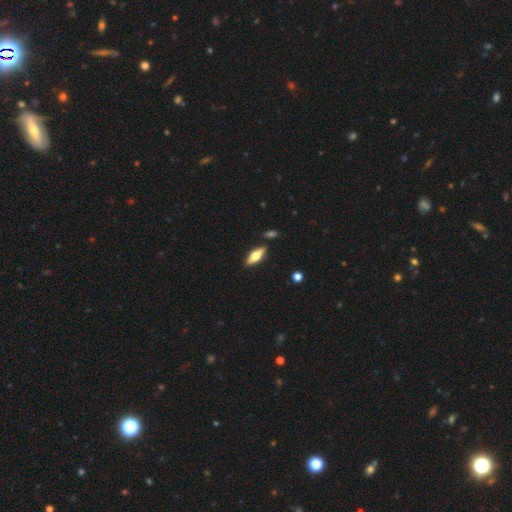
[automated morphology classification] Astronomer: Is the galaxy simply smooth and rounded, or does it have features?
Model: smooth — 48% (runner-up: featured or disk, 46%).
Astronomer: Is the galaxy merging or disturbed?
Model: none — 84%.